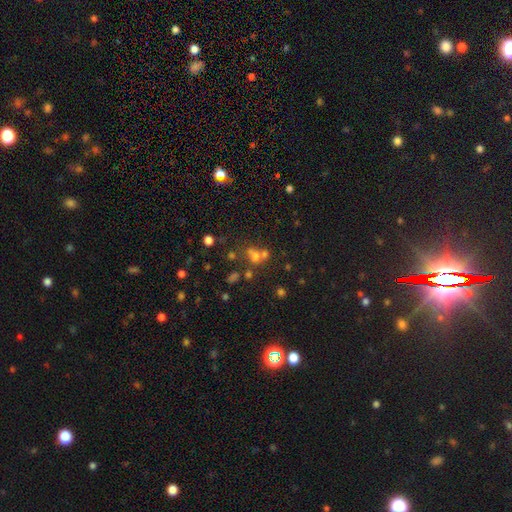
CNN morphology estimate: type=smooth (46%); merging=none (43%).